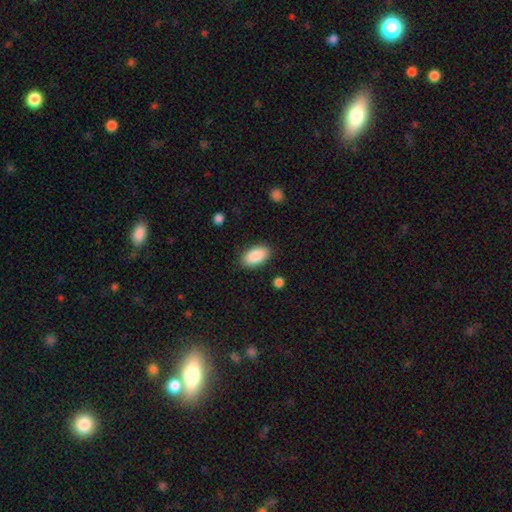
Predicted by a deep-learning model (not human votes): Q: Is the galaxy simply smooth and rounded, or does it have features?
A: smooth — 89%.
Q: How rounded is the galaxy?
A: in between — 95%.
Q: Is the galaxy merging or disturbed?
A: none — 87%.